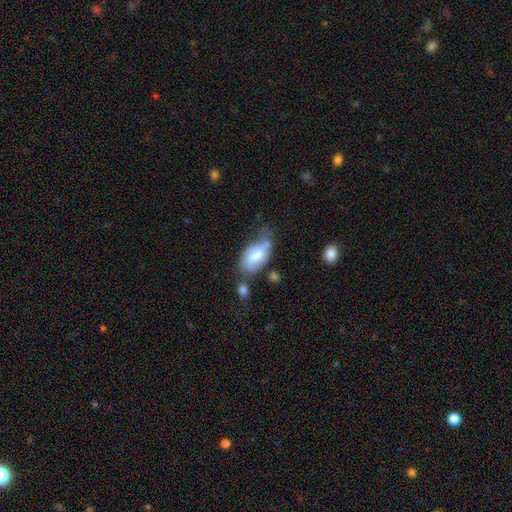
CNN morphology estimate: A smooth galaxy with no disk features (66%) that is in between round and cigar-shaped (91%). Merging: minor disturbance (34%).